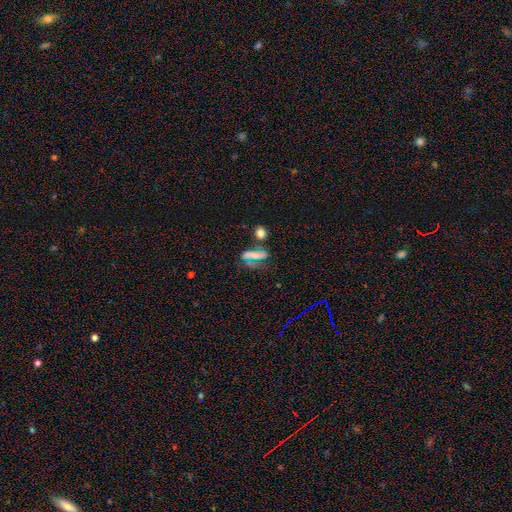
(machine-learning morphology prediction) type=smooth (64%); roundness=in between (51%); merging=none (55%).